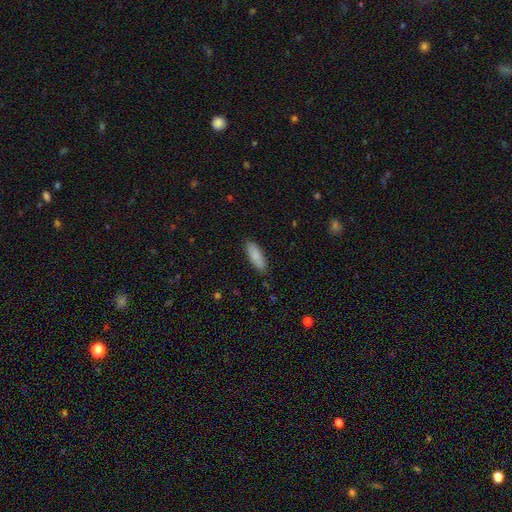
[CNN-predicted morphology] The model was most divided on "how rounded": in between: 63%, cigar-shaped: 36%, round: 2%. More confident: smooth or featured — smooth (88%); merging — none (86%).